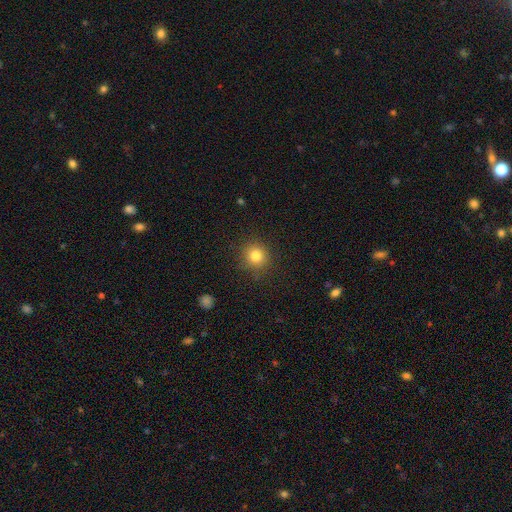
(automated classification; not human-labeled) smooth-or-featured: smooth: 81% | star or artifact: 13% | featured or disk: 6%
  how-rounded: round: 91% | in between: 8% | cigar-shaped: 1%
  merging: none: 88% | minor disturbance: 8% | major disturbance: 3% | merger: 1%